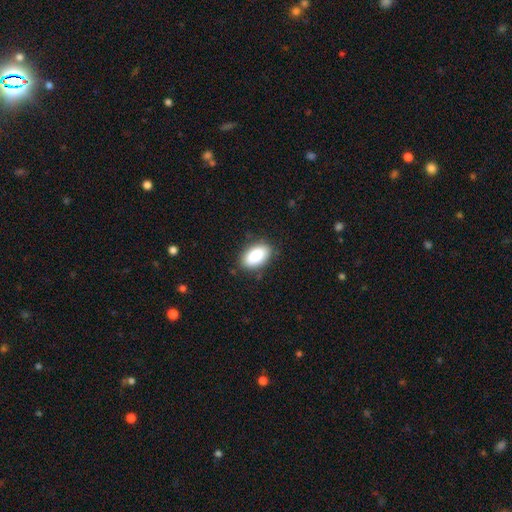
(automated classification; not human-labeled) Overall: smooth (88%). How rounded: in between (94%). Merging: none (85%).